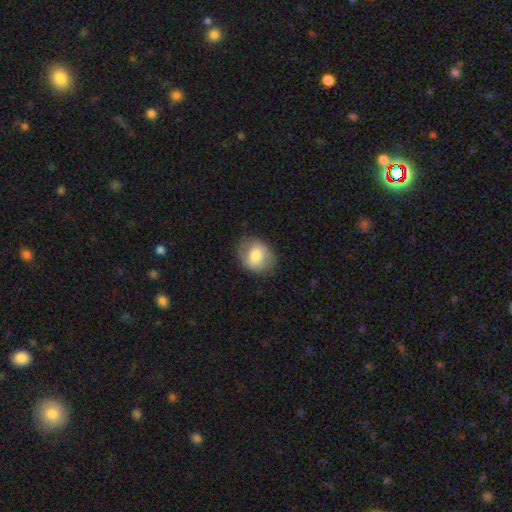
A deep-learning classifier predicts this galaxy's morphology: A smooth galaxy with no disk features (74%) that is in between round and cigar-shaped (52%). Merging: none (82%).